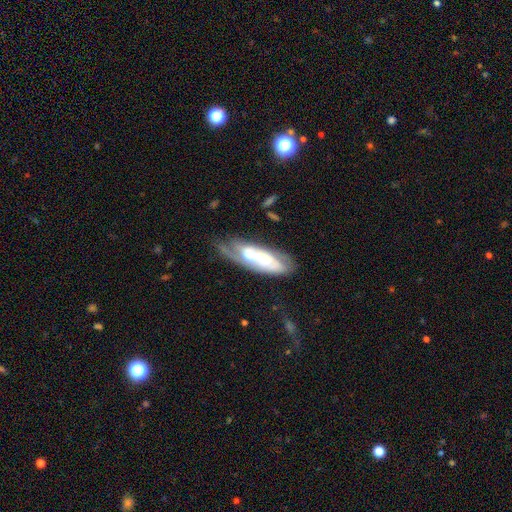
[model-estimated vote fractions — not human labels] Smooth or featured?
  - featured or disk: 66% *
  - smooth: 28%
  - star or artifact: 7%
Edge-on disk?
  - no: 83% *
  - yes: 17%
Bar?
  - no: 67% *
  - weak: 22%
  - strong: 11%
Spiral arms?
  - yes: 70% *
  - no: 30%
Bulge size?
  - moderate: 44% *
  - small: 29%
  - large: 16%
  - none: 8%
  - dominant: 3%
Merging?
  - none: 41% *
  - minor disturbance: 25%
  - major disturbance: 19%
  - merger: 15%